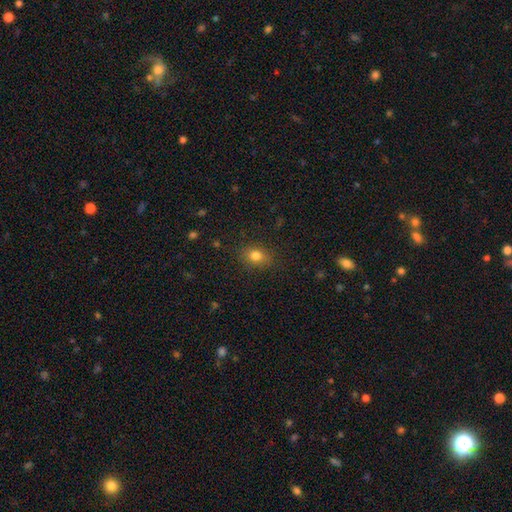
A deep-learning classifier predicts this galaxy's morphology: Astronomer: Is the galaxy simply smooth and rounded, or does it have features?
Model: smooth — 79%.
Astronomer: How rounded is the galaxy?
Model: round — 50% (runner-up: in between, 48%).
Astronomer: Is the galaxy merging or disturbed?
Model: none — 85%.